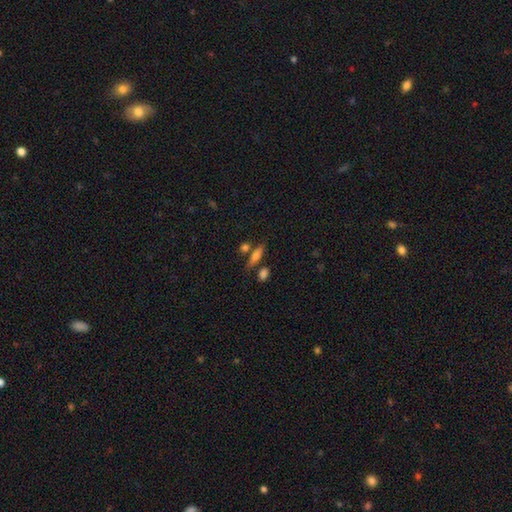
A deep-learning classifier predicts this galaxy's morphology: Smooth or featured: smooth — 72% (featured or disk — 19%)
How rounded: cigar-shaped — 47% (tied with in between — 47%)
Merging: none — 65% (merger — 16%)